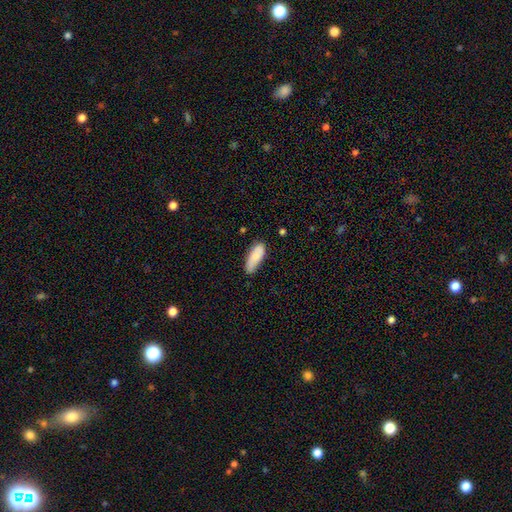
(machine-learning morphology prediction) This appears to be a smooth galaxy with no disk features (81%) that is in between round and cigar-shaped (71%). Merging: none (67%).